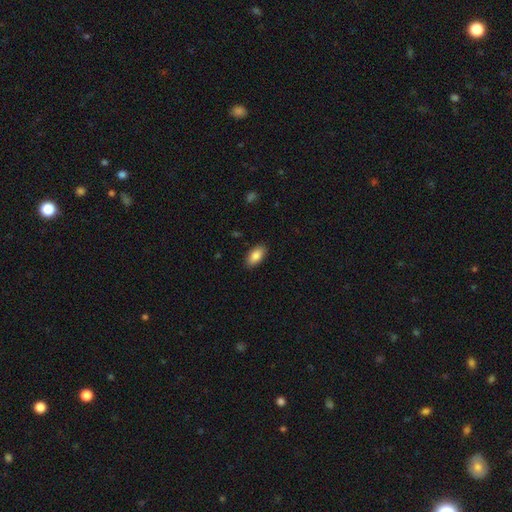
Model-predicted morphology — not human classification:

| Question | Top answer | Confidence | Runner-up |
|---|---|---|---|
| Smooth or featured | smooth | 87% | star or artifact (7%) |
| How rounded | in between | 92% | cigar-shaped (5%) |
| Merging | none | 88% | minor disturbance (9%) |